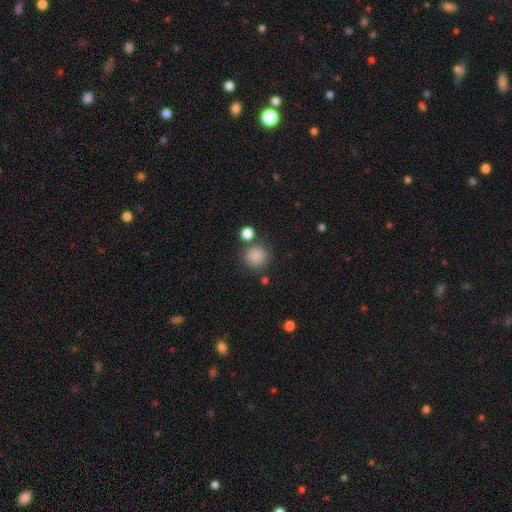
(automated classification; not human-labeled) Smooth or featured? Predicted: smooth (p=0.85). How rounded? Predicted: round (p=0.91). Merging? Predicted: none (p=0.77).